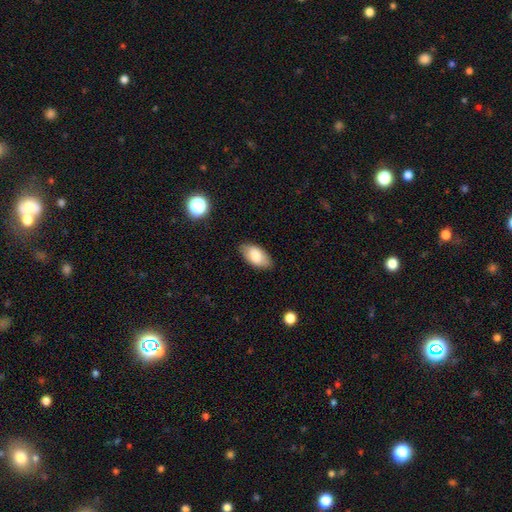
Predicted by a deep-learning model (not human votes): The model was most divided on "smooth or featured": smooth: 80%, featured or disk: 13%, star or artifact: 7%. More confident: how rounded — in between (94%); merging — none (83%).